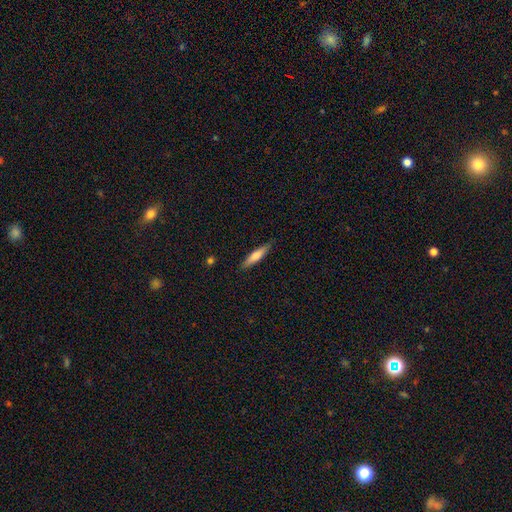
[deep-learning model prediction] Smooth or featured? smooth (65%)
How rounded? cigar-shaped (82%)
Merging? none (86%)